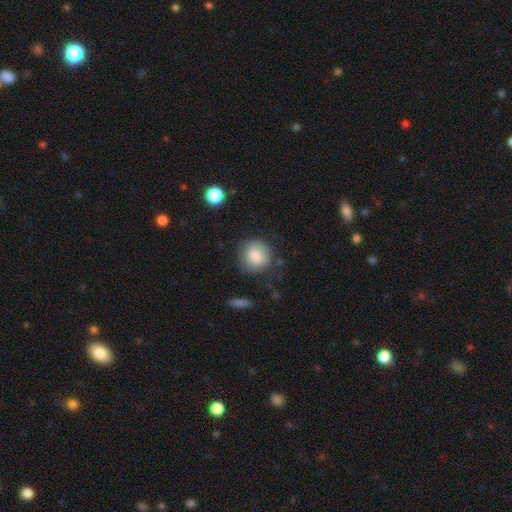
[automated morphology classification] The model was most divided on "merging": none: 71%, minor disturbance: 19%, major disturbance: 7%, merger: 3%. More confident: how rounded — round (85%); smooth or featured — smooth (82%).